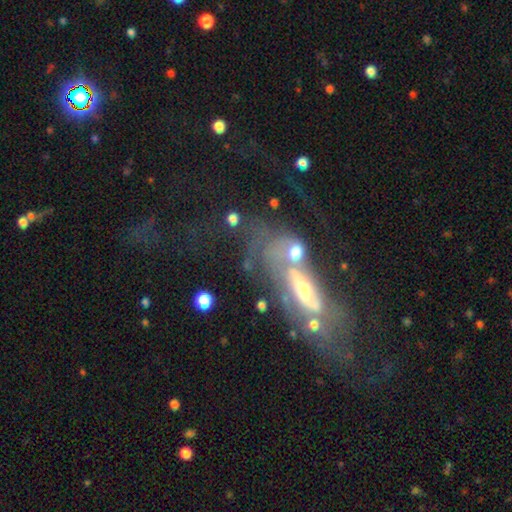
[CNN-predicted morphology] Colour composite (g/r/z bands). It shows a featured or disk galaxy (70%) with no bar (59%), spiral arms (52%) and a moderate central bulge (50%). Merging: merger (32%).